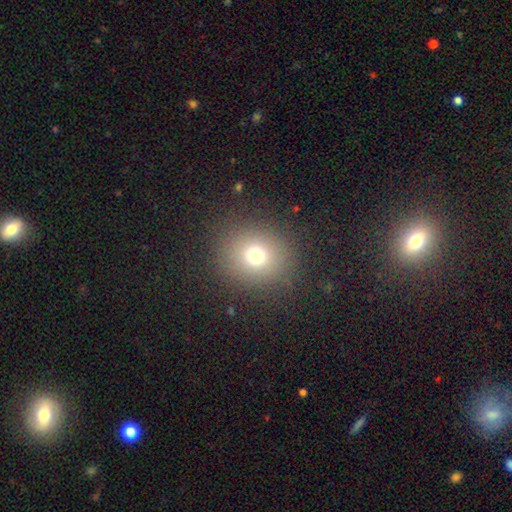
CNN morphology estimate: Q: Smooth or featured?
A: smooth (72%); runner-up: star or artifact (18%)
Q: How rounded?
A: round (82%); runner-up: in between (17%)
Q: Merging?
A: none (86%); runner-up: minor disturbance (8%)